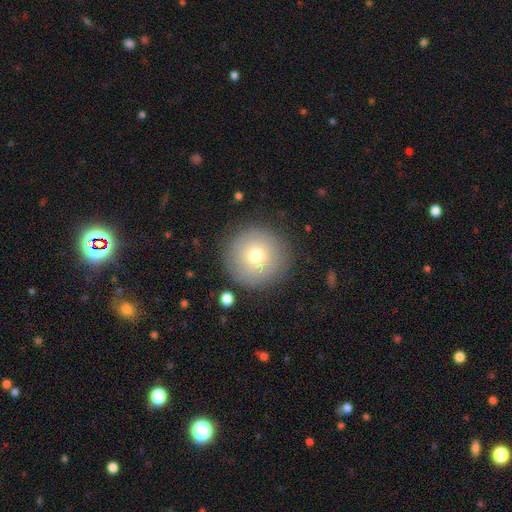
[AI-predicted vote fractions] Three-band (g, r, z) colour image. It shows a smooth galaxy with no disk features (69%) that is round (96%). Merging: none (86%).